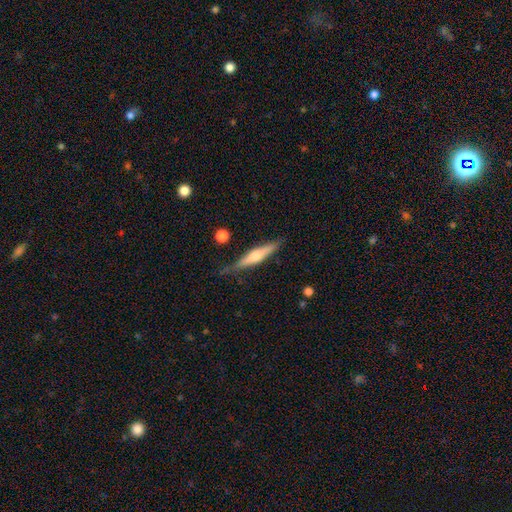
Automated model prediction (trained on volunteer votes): Smooth or featured? featured or disk (61%)
Edge-on disk? yes (96%)
Edge-on bulge? rounded (78%)
Merging? none (79%)